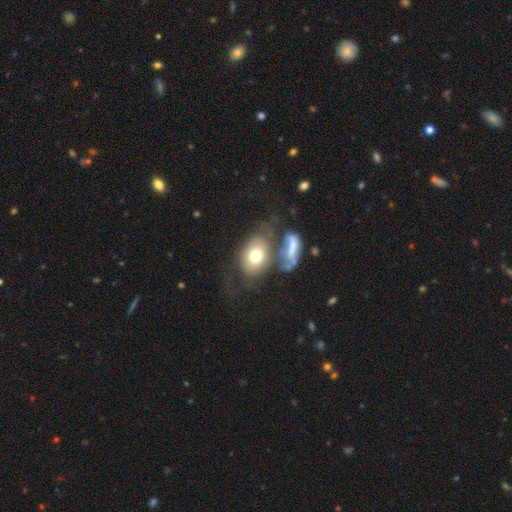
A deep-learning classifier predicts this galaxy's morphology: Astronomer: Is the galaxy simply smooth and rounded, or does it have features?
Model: smooth — 68%.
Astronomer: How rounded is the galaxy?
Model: in between — 71%.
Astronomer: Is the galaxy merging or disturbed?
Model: none — 37% (runner-up: merger, 29%).